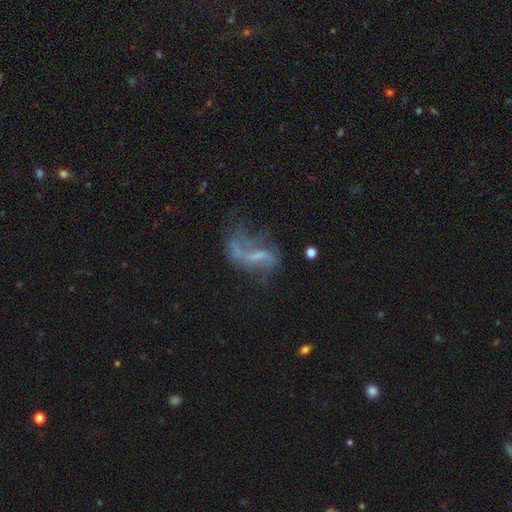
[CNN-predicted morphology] Smooth or featured? Predicted: featured or disk (p=0.67). Edge-on disk? Predicted: no (p=0.95). Bar? Predicted: no (p=0.39). Spiral arms? Predicted: yes (p=0.59). Bulge size? Predicted: none (p=0.56). Merging? Predicted: major disturbance (p=0.39).